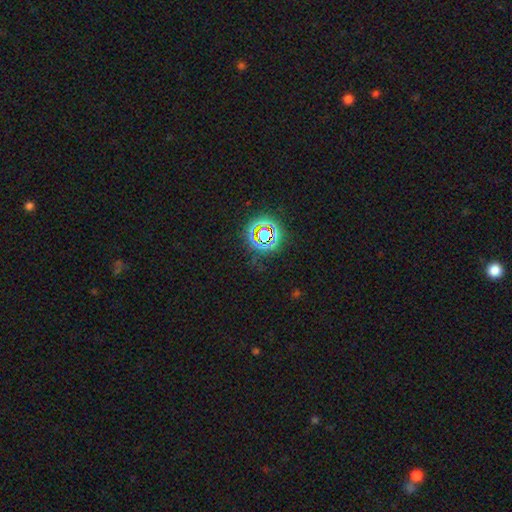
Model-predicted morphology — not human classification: Smooth or featured: star or artifact — 69% (smooth — 21%)